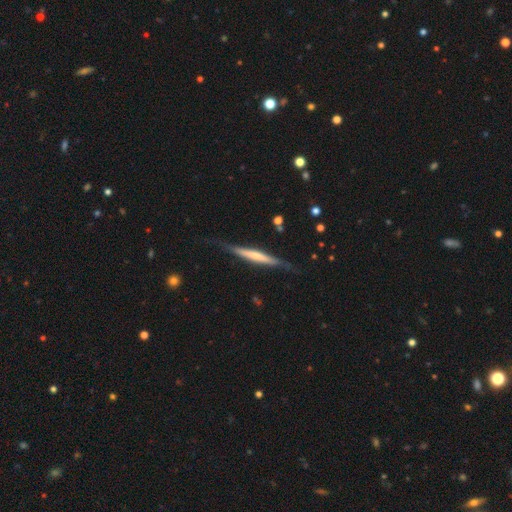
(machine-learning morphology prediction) A featured or disk galaxy (58%) viewed edge-on (94%) with no central bulge (47%).

Vote fractions:
- Smooth or featured? featured or disk: 58% / smooth: 37% / star or artifact: 5%
- Edge-on disk? yes: 94% / no: 6%
- Edge-on bulge? none: 47% / rounded: 35% / boxy: 18%
- Merging? none: 73% / minor disturbance: 20% / major disturbance: 5% / merger: 2%